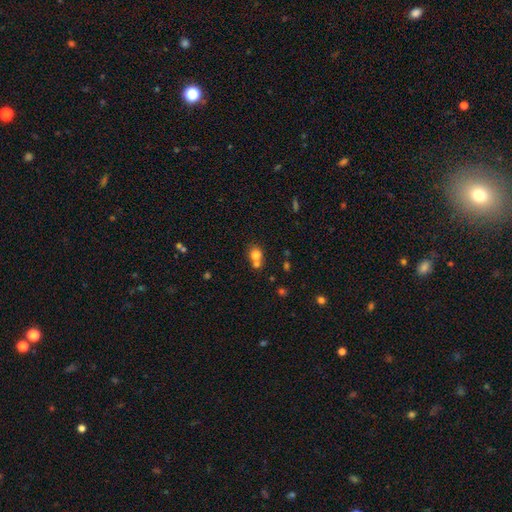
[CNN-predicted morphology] Smooth or featured? smooth (77%)
How rounded? round (77%)
Merging? merger (47%)